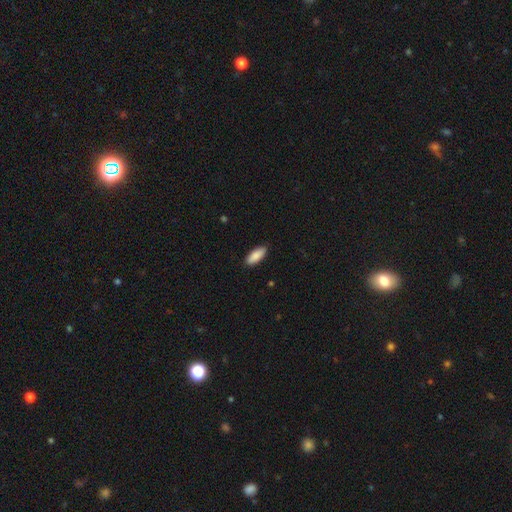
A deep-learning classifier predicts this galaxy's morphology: This appears to be a smooth galaxy with no disk features (90%) that is in between round and cigar-shaped (82%). Merging: none (89%).